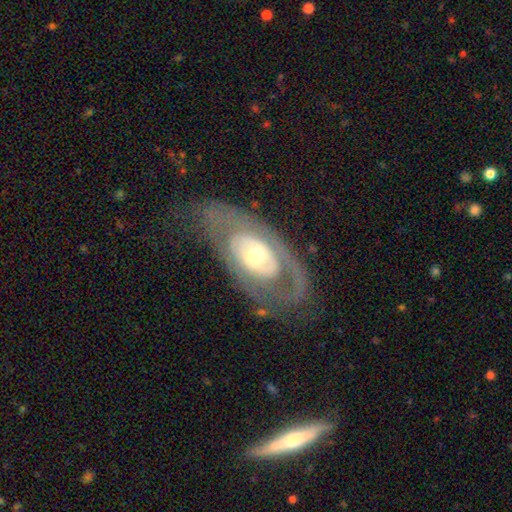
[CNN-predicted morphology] The model was most divided on "spiral arms": no: 55%, yes: 45%. More confident: edge-on disk — no (90%); bar — no (81%); smooth or featured — featured or disk (76%); merging — none (68%); bulge size — moderate (65%).